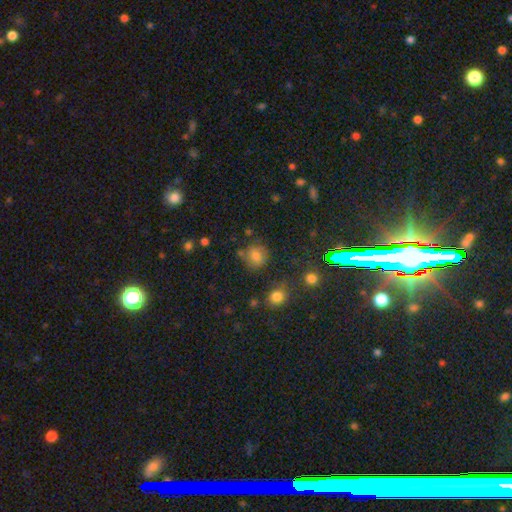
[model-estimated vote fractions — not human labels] A smooth galaxy with no disk features (69%) that is round (84%).

Vote fractions:
- Smooth or featured? smooth: 69% / star or artifact: 20% / featured or disk: 11%
- How rounded? round: 84% / in between: 15% / cigar-shaped: 1%
- Merging? none: 71% / minor disturbance: 16% / merger: 7% / major disturbance: 6%